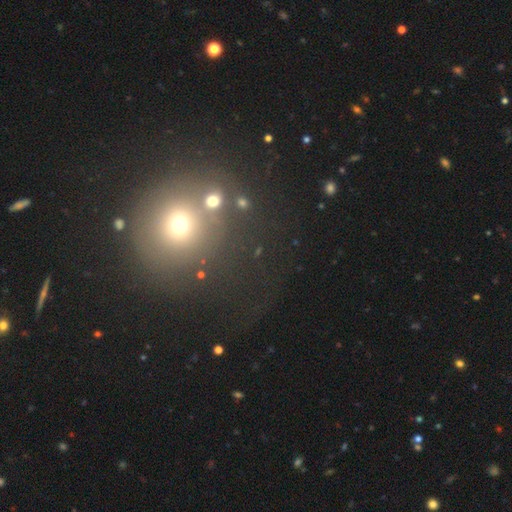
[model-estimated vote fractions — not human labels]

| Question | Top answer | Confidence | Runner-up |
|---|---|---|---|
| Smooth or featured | smooth | 51% | star or artifact (38%) |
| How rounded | round | 90% | in between (9%) |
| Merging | none | 71% | merger (11%) |